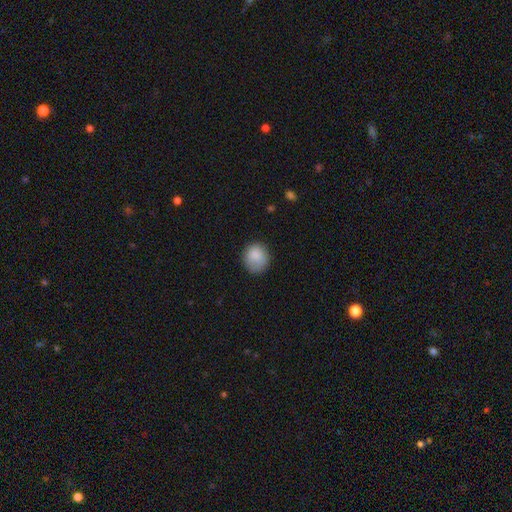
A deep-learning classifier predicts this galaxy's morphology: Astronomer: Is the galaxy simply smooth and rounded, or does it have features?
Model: smooth — 86%.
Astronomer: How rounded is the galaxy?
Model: round — 78%.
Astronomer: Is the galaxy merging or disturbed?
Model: none — 75%.